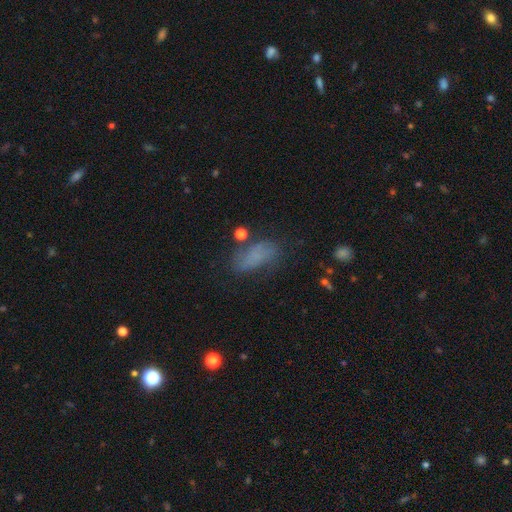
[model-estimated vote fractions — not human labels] Smooth or featured? smooth (66%)
How rounded? in between (84%)
Merging? none (54%)